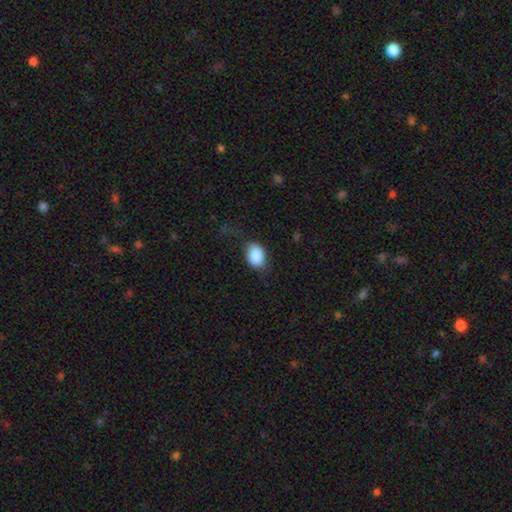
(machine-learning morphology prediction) A smooth galaxy with no disk features (86%) that is in between round and cigar-shaped (71%).

Vote fractions:
- Smooth or featured? smooth: 86% / star or artifact: 7% / featured or disk: 7%
- How rounded? in between: 71% / round: 28% / cigar-shaped: 1%
- Merging? none: 56% / minor disturbance: 26% / major disturbance: 15% / merger: 2%